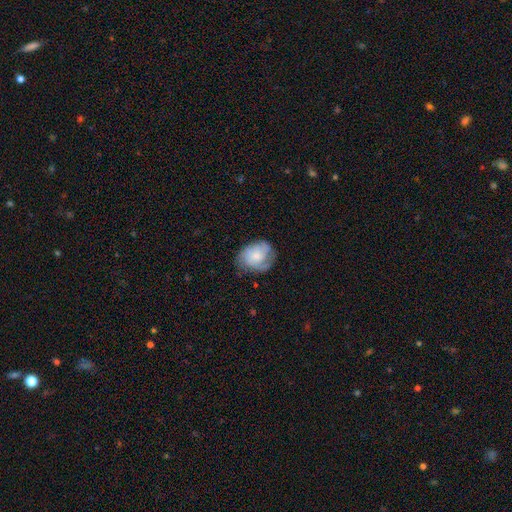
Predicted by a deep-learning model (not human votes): The model was most divided on "smooth or featured": featured or disk: 48%, smooth: 44%, star or artifact: 7%. More confident: merging — none (60%).